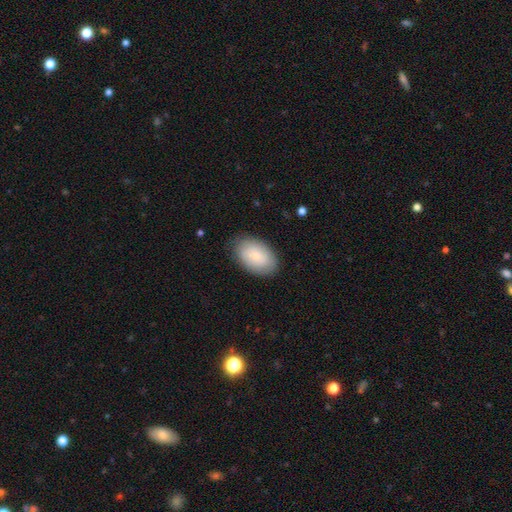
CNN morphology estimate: smooth-or-featured: smooth: 75% | featured or disk: 18% | star or artifact: 7%
  how-rounded: in between: 91% | round: 8% | cigar-shaped: 1%
  merging: none: 83% | minor disturbance: 13% | major disturbance: 3% | merger: 1%